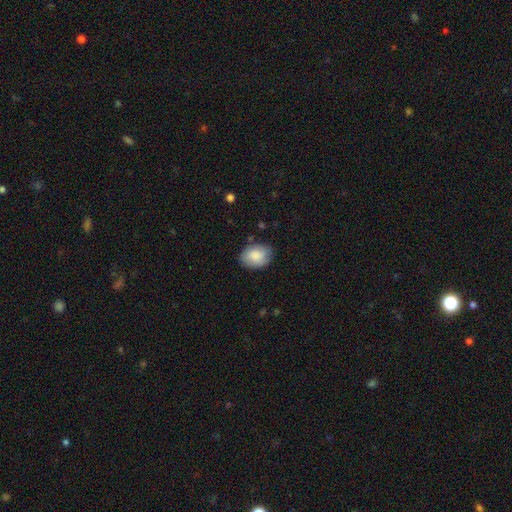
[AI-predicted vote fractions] This is clearly a smooth galaxy (84%). How rounded: likely in between (71%). Merging: likely none (79%).